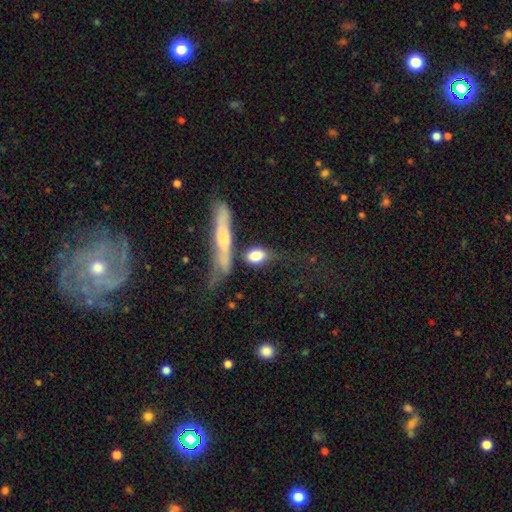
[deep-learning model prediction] Smooth or featured: smooth — 74% (featured or disk — 19%)
How rounded: in between — 64% (round — 22%)
Merging: none — 52% (minor disturbance — 19%)